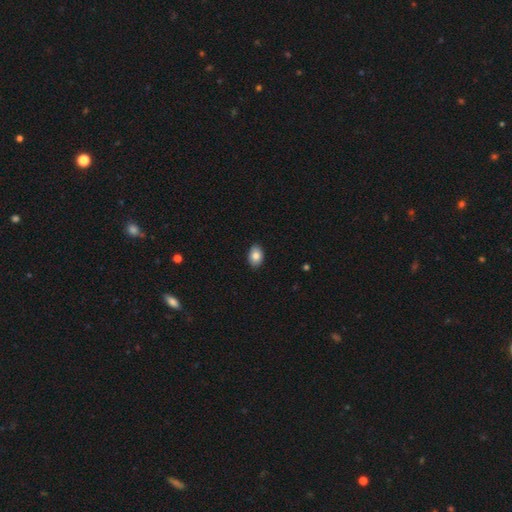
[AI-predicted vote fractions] The model was most divided on "how rounded": in between: 83%, round: 16%, cigar-shaped: 1%. More confident: merging — none (89%); smooth or featured — smooth (85%).